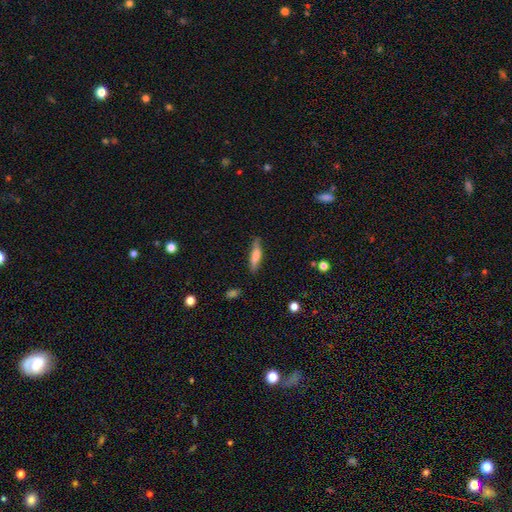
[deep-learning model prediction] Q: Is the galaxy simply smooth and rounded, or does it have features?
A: smooth — 70%.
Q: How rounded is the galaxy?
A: cigar-shaped — 75%.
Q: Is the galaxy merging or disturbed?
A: none — 78%.